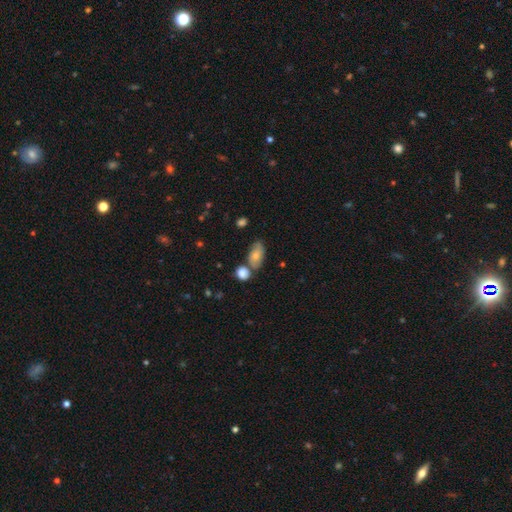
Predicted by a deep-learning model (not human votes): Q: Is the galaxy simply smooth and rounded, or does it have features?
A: smooth — 64%.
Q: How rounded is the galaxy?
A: in between — 87%.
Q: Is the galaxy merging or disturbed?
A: none — 52%.